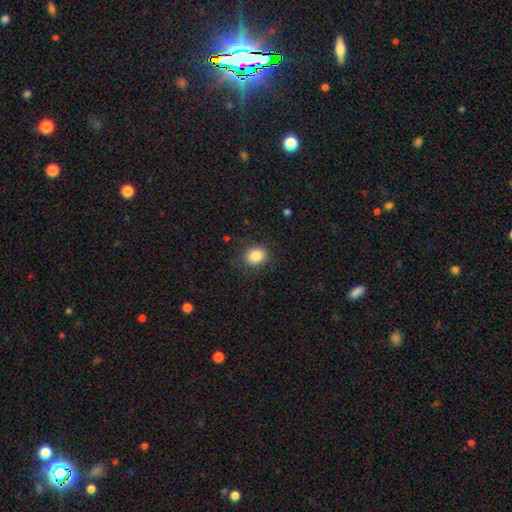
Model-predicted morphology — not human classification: This appears to be a smooth galaxy with no disk features (86%) that is round (66%). Merging: none (85%).